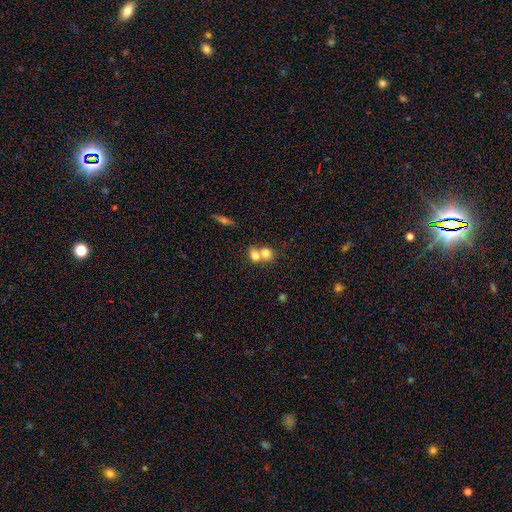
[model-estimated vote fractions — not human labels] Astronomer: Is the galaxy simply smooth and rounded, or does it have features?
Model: smooth — 74%.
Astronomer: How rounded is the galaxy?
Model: round — 59% (runner-up: in between, 39%).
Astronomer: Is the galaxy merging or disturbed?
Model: merger — 66%.